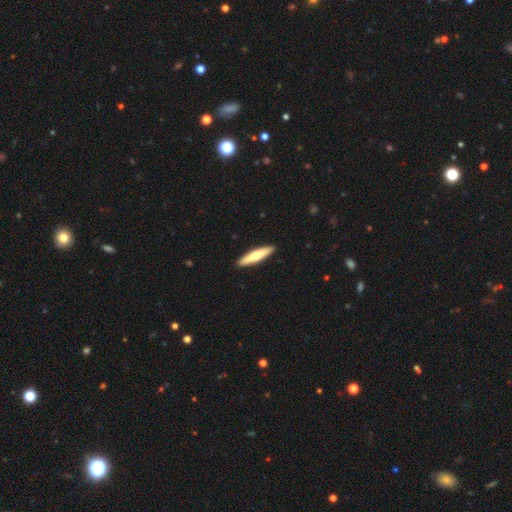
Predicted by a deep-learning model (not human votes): This appears to be a smooth galaxy with no disk features (62%) that is cigar-shaped (87%). Merging: none (92%).